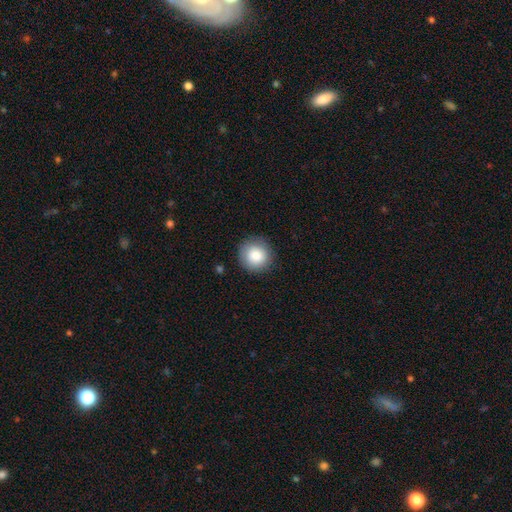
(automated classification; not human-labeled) Morphology: type=smooth (84%); roundness=round (92%); merging=none (87%).